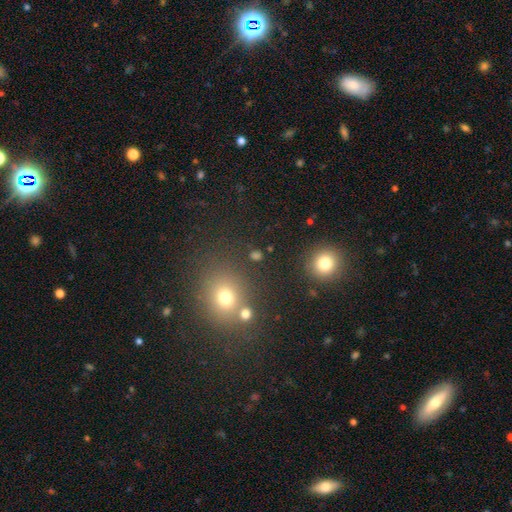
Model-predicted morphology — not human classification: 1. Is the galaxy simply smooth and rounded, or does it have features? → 57% smooth, 33% star or artifact, 9% featured or disk.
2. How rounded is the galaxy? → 76% round, 22% in between, 1% cigar-shaped.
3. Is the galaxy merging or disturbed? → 78% none, 10% merger, 8% minor disturbance, 4% major disturbance.